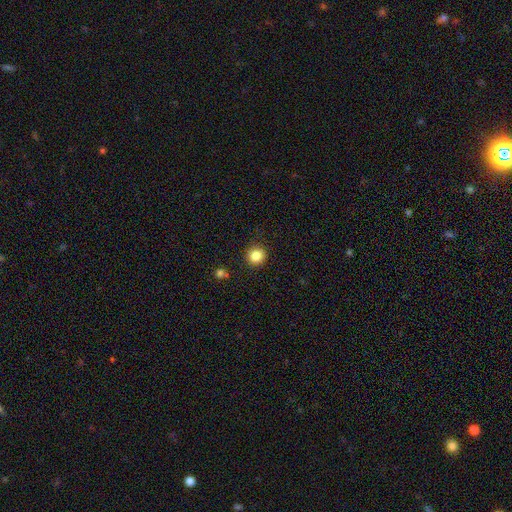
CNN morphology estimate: Smooth or featured? smooth (84%)
How rounded? round (94%)
Merging? none (91%)